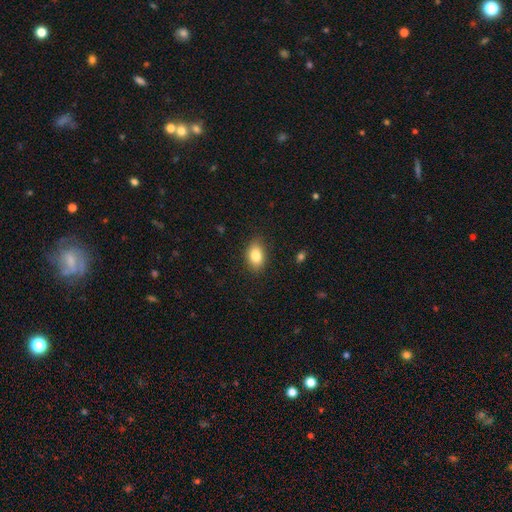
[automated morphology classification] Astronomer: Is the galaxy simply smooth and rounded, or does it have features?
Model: smooth — 83%.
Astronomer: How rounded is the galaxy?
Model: in between — 84%.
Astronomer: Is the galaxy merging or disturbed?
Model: none — 85%.